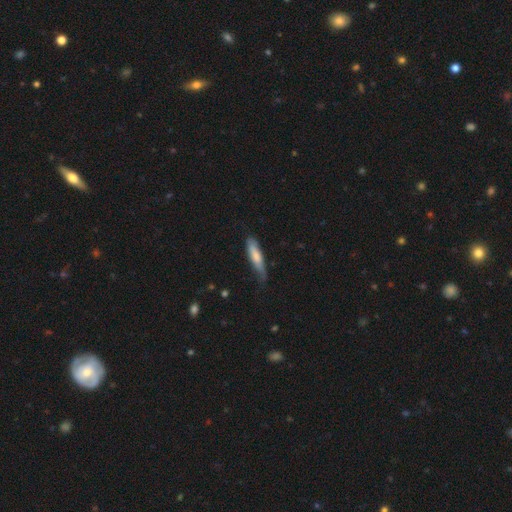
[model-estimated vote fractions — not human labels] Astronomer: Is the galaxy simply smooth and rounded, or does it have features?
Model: smooth — 72%.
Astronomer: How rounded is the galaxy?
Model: cigar-shaped — 72%.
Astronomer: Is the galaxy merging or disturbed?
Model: none — 49% (runner-up: minor disturbance, 37%).